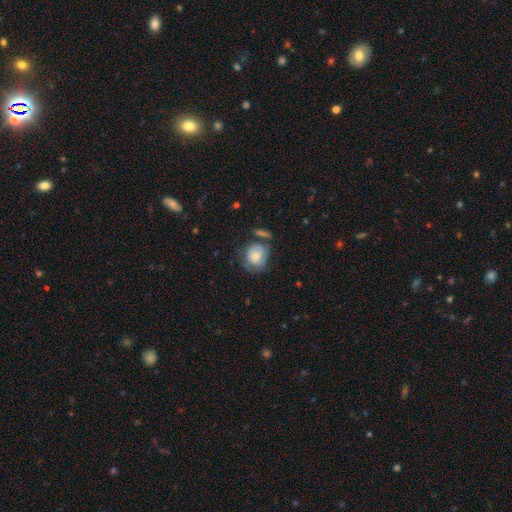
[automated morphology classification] Smooth or featured? Predicted: smooth (p=0.67). How rounded? Predicted: round (p=0.72). Merging? Predicted: none (p=0.50).